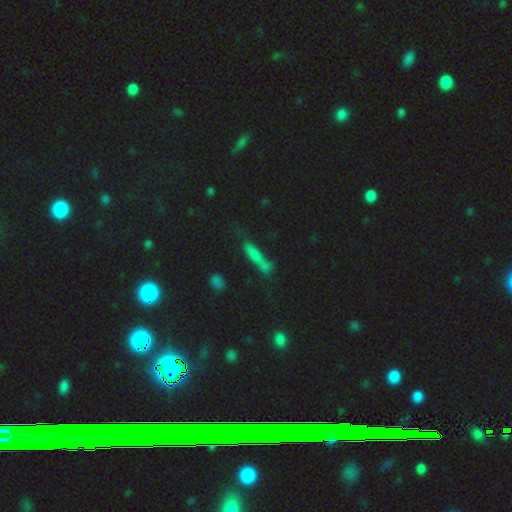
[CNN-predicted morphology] The model was most divided on "merging": none: 53%, minor disturbance: 21%, merger: 15%, major disturbance: 11%. More confident: how rounded — cigar-shaped (74%); smooth or featured — smooth (62%).